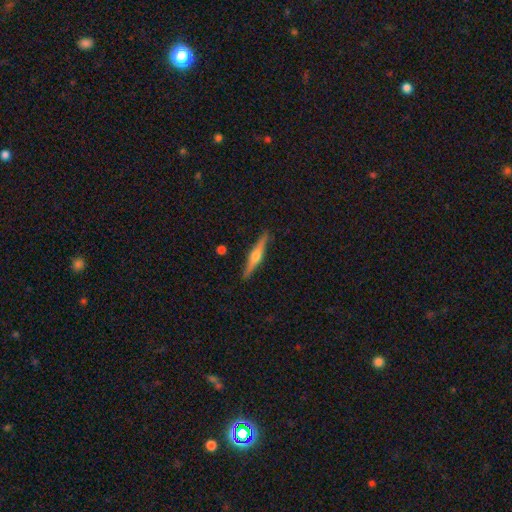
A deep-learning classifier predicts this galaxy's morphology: Smooth or featured?
  - featured or disk: 67% *
  - smooth: 27%
  - star or artifact: 6%
Edge-on disk?
  - yes: 97% *
  - no: 3%
Edge-on bulge?
  - rounded: 92% *
  - boxy: 4%
  - none: 4%
Merging?
  - none: 90% *
  - minor disturbance: 7%
  - major disturbance: 1%
  - merger: 1%